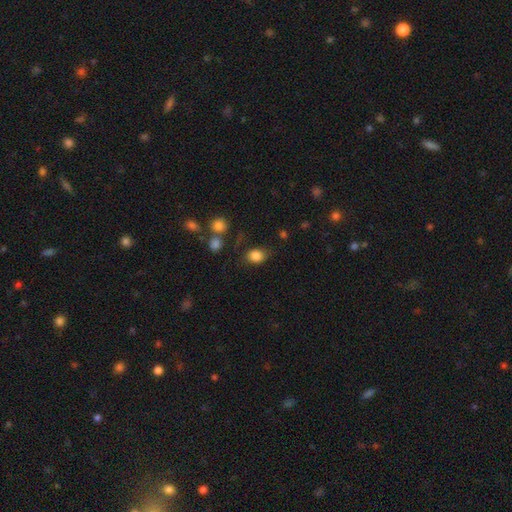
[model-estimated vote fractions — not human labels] smooth 84%, star or artifact 10%, featured or disk 6%. Down the decision tree: how rounded — in between (61%); merging — none (67%).